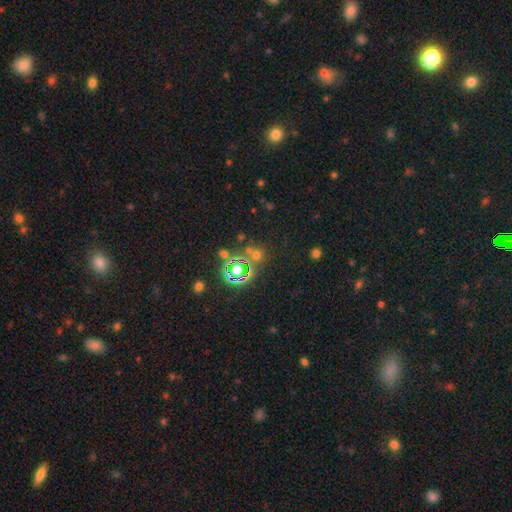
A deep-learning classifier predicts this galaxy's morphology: Q: Smooth or featured?
A: star or artifact (64%); runner-up: smooth (28%)